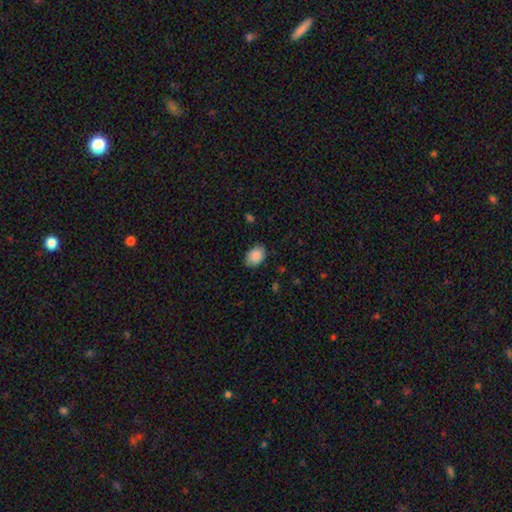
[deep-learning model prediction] This is clearly a smooth galaxy (89%). How rounded: likely in between (74%). Merging: likely none (80%).